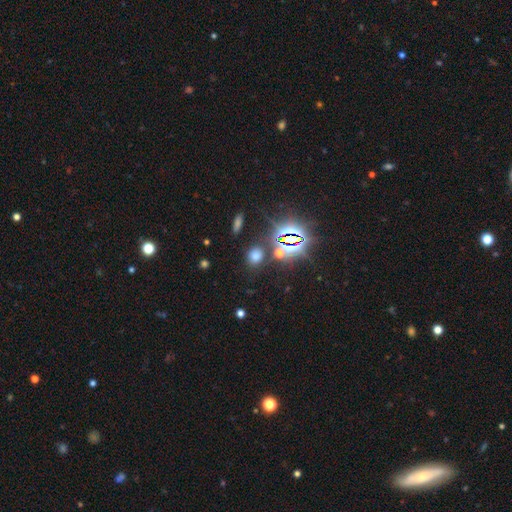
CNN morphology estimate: The model was most divided on "smooth or featured": smooth: 57%, star or artifact: 36%, featured or disk: 7%. More confident: merging — none (82%); how rounded — round (62%).